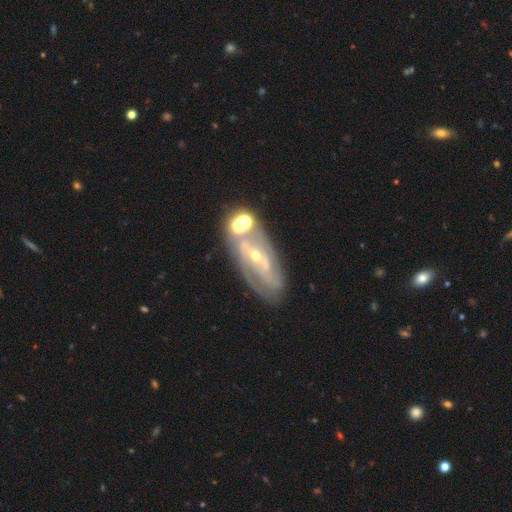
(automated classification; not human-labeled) smooth_or_featured: featured or disk (p=0.81) [alt: smooth p=0.10]
disk_edge_on: no (p=0.90) [alt: yes p=0.10]
bar: strong (p=0.34) [tied with: no p=0.34]
has_spiral_arms: yes (p=0.83) [alt: no p=0.17]
spiral_winding: tight (p=0.44) [alt: medium p=0.39]
spiral_arm_count: 2 (p=0.57) [alt: can't tell p=0.26]
bulge_size: small (p=0.67) [alt: moderate p=0.30]
merging: none (p=0.62) [alt: minor disturbance p=0.17]